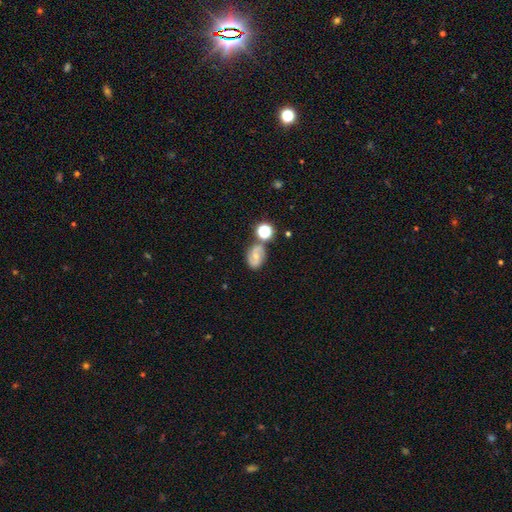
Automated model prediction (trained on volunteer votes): This is possibly a featured or disk galaxy (55%). It is clearly not viewed edge-on (97%). Bar: marginally no (43%). Spiral arm pattern: clearly yes (86%). Central bulge: possibly small (53%). Merging: likely none (65%).